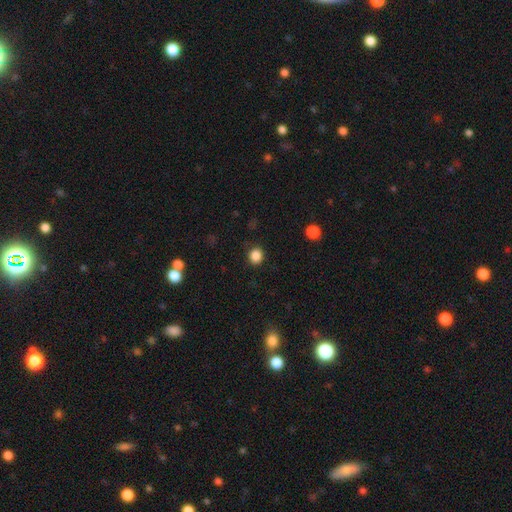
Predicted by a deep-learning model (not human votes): This appears to be a smooth galaxy with no disk features (85%) that is round (84%). Merging: none (88%).